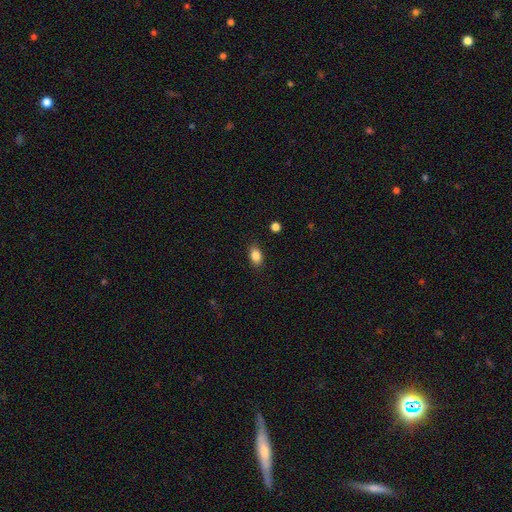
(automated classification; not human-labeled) Smooth or featured? Predicted: smooth (p=0.85). How rounded? Predicted: in between (p=0.83). Merging? Predicted: none (p=0.86).